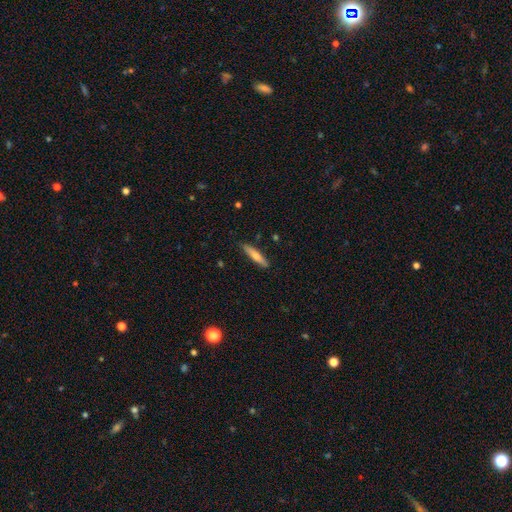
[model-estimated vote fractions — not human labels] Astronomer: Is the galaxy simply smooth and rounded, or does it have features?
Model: smooth — 68%.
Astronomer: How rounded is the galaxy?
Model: cigar-shaped — 88%.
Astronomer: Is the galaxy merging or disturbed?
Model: none — 87%.